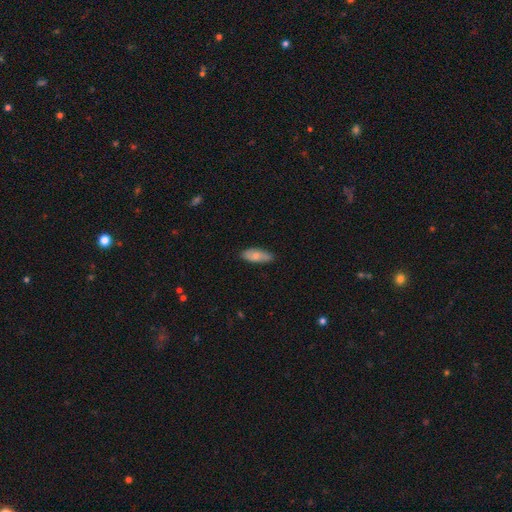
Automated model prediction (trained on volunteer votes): Q: Smooth or featured?
A: smooth (76%); runner-up: featured or disk (18%)
Q: How rounded?
A: in between (74%); runner-up: cigar-shaped (23%)
Q: Merging?
A: none (81%); runner-up: minor disturbance (15%)